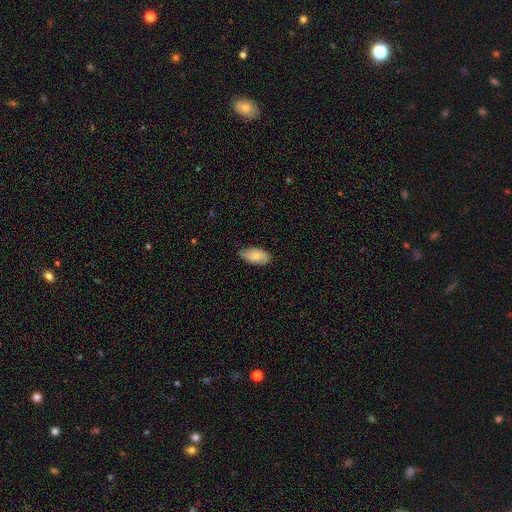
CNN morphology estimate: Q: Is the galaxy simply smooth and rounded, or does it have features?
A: smooth — 78%.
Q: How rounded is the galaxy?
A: in between — 94%.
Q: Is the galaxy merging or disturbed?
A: none — 67%.